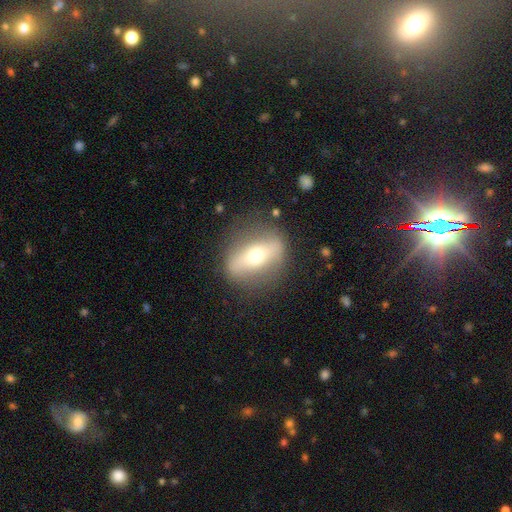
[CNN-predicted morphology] A featured or disk galaxy (59%).

Vote fractions:
- Smooth or featured? featured or disk: 59% / smooth: 34% / star or artifact: 7%
- Edge-on disk? no: 58% / yes: 42%
- Merging? none: 81% / minor disturbance: 11% / major disturbance: 6% / merger: 2%